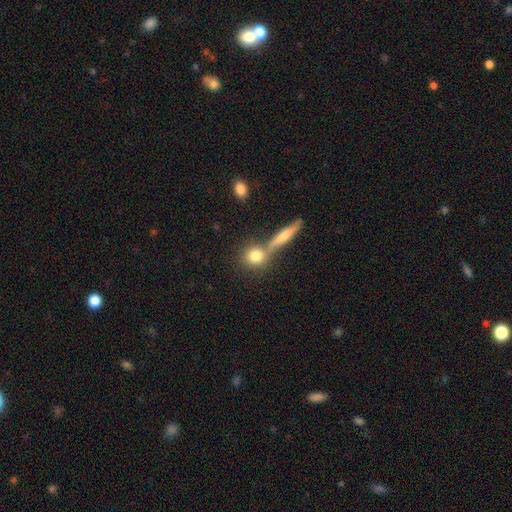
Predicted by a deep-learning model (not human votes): Overall: smooth (78%). How rounded: round (77%). Merging: none (59%; merger 28%).